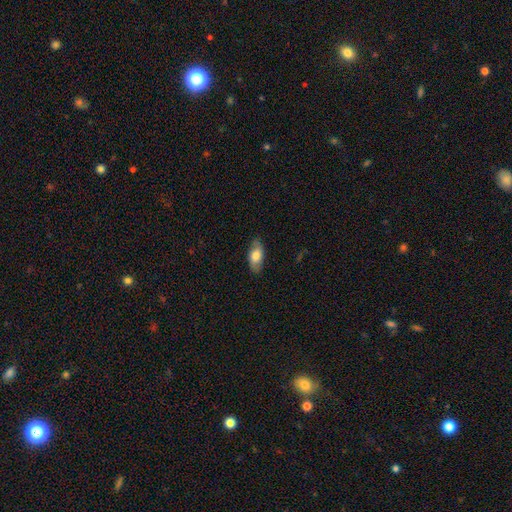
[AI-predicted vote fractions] The model was most divided on "smooth or featured": smooth: 70%, featured or disk: 24%, star or artifact: 7%. More confident: how rounded — in between (88%); merging — none (80%).